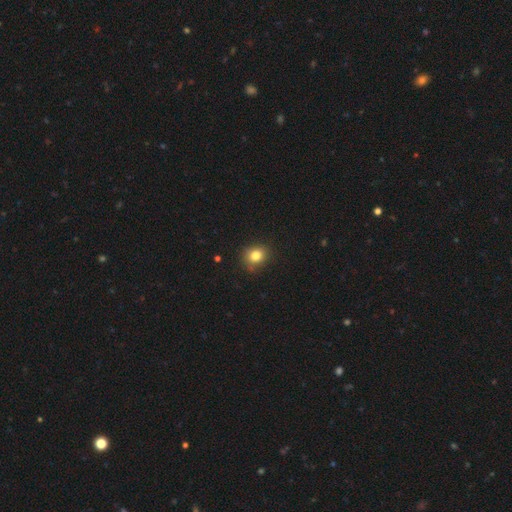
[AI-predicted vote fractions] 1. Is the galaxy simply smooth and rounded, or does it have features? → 82% smooth, 11% star or artifact, 6% featured or disk.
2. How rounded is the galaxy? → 69% round, 30% in between, 1% cigar-shaped.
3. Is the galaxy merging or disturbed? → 81% none, 14% minor disturbance, 3% major disturbance, 1% merger.